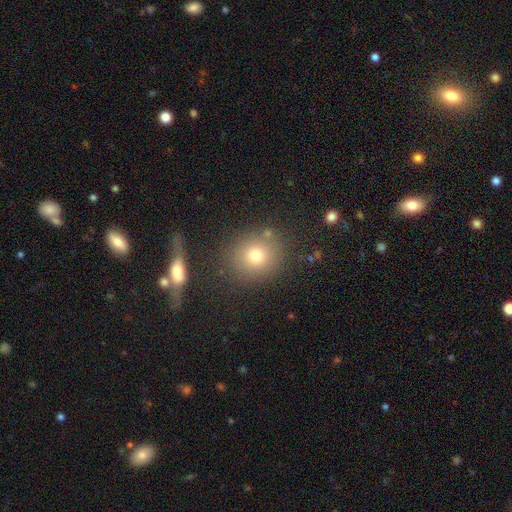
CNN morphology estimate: Smooth or featured?
  - smooth: 73% *
  - star or artifact: 14%
  - featured or disk: 12%
How rounded?
  - round: 80% *
  - in between: 19%
  - cigar-shaped: 1%
Merging?
  - none: 78% *
  - minor disturbance: 10%
  - merger: 8%
  - major disturbance: 4%